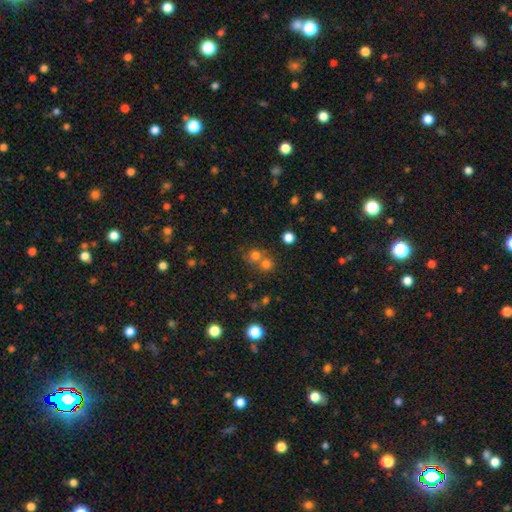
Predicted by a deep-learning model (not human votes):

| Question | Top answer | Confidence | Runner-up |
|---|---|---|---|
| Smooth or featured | smooth | 70% | star or artifact (19%) |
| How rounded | round | 83% | in between (16%) |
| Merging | none | 47% | merger (44%) |